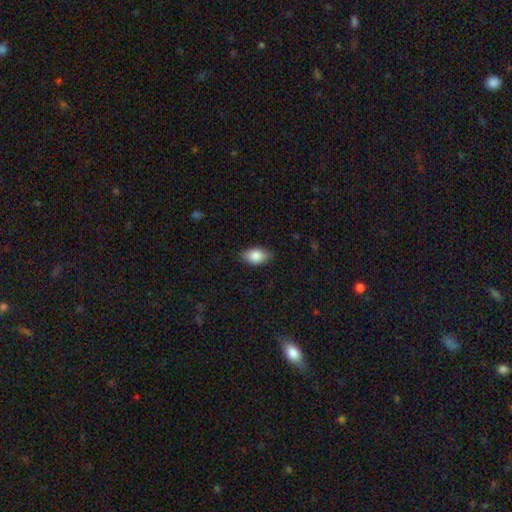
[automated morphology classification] Smooth or featured? smooth (85%)
How rounded? in between (89%)
Merging? none (79%)